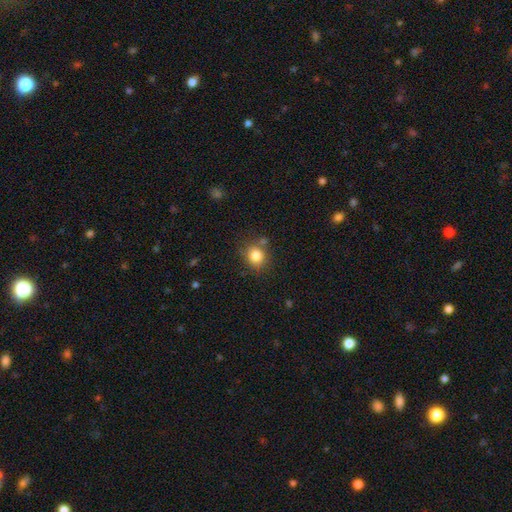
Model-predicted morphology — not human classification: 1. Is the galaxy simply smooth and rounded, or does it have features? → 82% smooth, 11% star or artifact, 7% featured or disk.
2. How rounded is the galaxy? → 78% round, 21% in between, 1% cigar-shaped.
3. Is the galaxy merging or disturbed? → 76% none, 13% minor disturbance, 7% merger, 4% major disturbance.